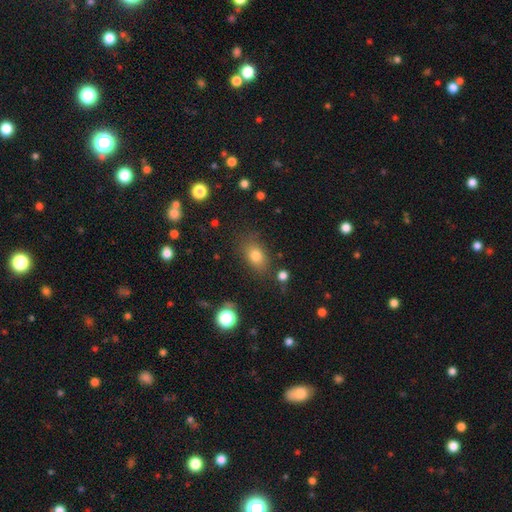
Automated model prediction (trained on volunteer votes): Overall: smooth (77%). How rounded: in between (76%). Merging: none (78%).